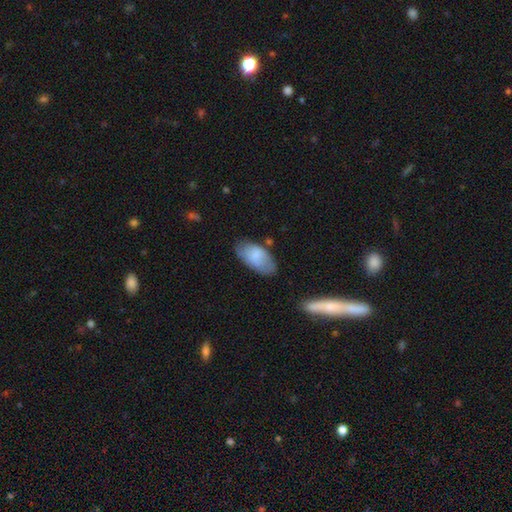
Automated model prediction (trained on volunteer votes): Smooth or featured? smooth (75%)
How rounded? in between (95%)
Merging? none (67%)